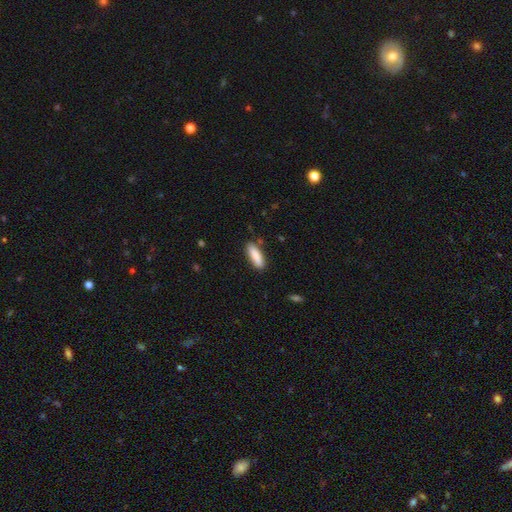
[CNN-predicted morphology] This appears to be a smooth galaxy with no disk features (88%) that is in between round and cigar-shaped (53%). Merging: none (84%).